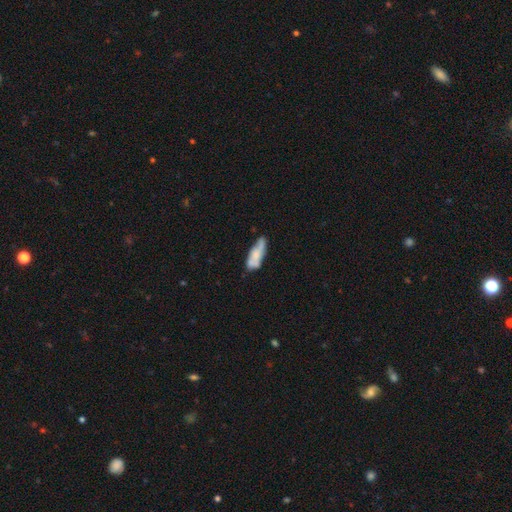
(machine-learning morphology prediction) This appears to be a smooth galaxy with no disk features (57%) that is in between round and cigar-shaped (61%). Merging: none (50%).